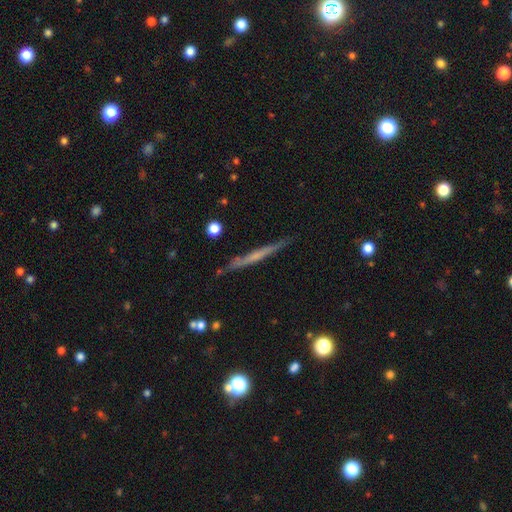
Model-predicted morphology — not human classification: Overall: featured or disk (56%; smooth 36%). Edge-on disk: yes (96%). Edge-on bulge: none (74%). Merging: none (85%).